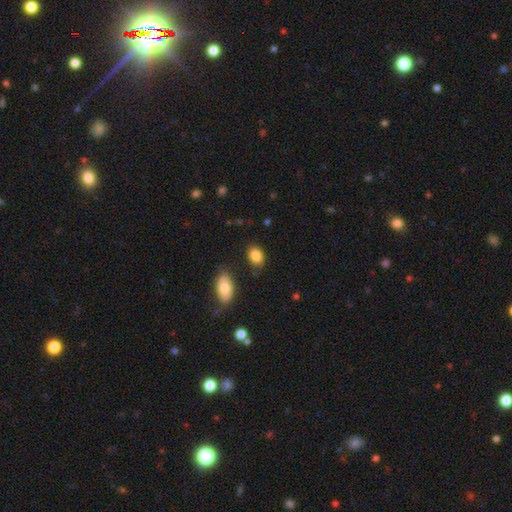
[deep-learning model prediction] smooth_or_featured: smooth (p=0.87) [alt: star or artifact p=0.08]
how_rounded: in between (p=0.81) [alt: round p=0.18]
merging: none (p=0.78) [alt: minor disturbance p=0.14]